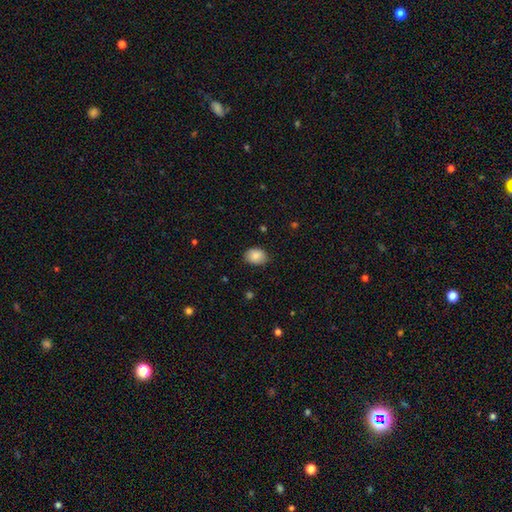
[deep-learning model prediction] This is clearly a smooth galaxy (84%). How rounded: likely in between (68%). Merging: clearly none (81%).